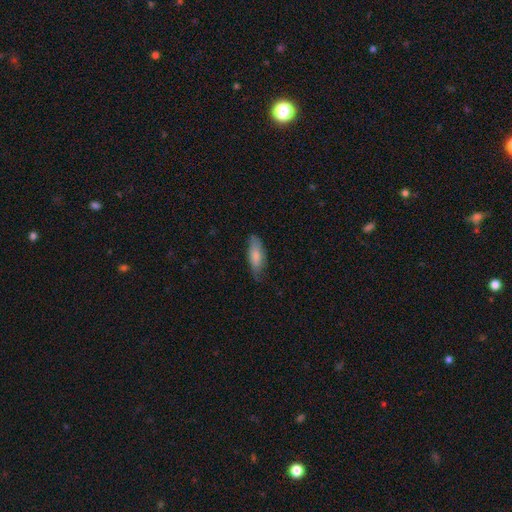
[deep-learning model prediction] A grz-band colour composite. It shows a smooth galaxy with no disk features (78%) that is in between round and cigar-shaped (66%). Merging: none (69%).